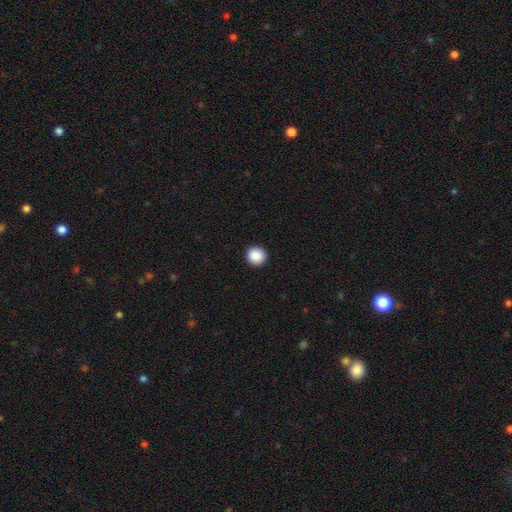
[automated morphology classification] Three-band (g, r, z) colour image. It shows a smooth galaxy with no disk features (89%) that is round (94%). Merging: none (93%).